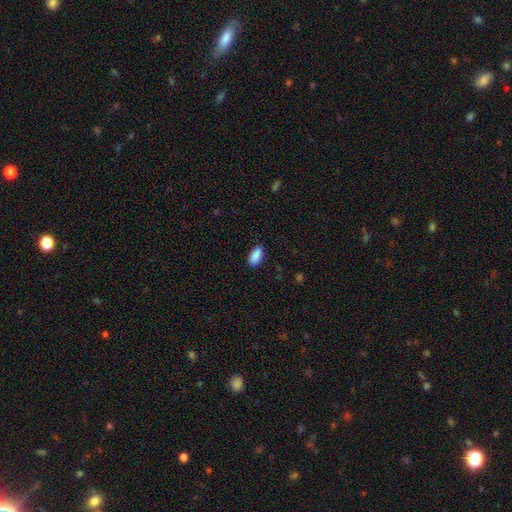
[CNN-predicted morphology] Smooth or featured? Predicted: smooth (p=0.90). How rounded? Predicted: in between (p=0.92). Merging? Predicted: none (p=0.87).